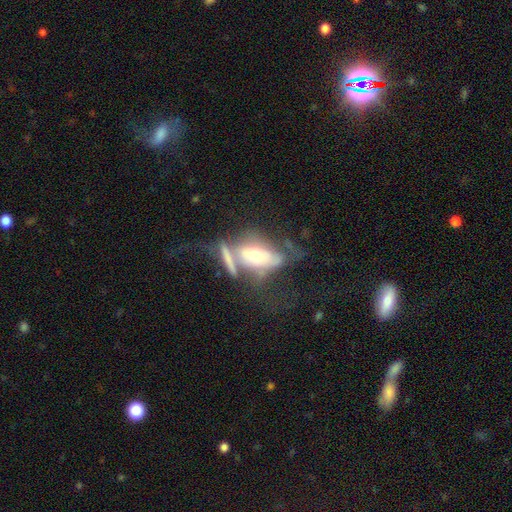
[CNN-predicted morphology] type=featured or disk (57%); edge-on=no (68%); merging=merger (37%).